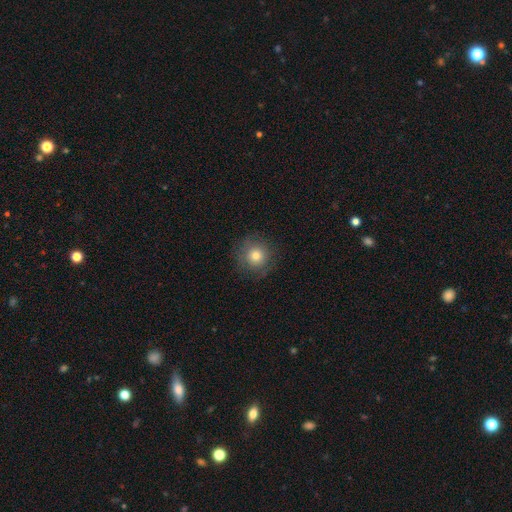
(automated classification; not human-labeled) Smooth or featured? smooth (75%)
How rounded? round (94%)
Merging? none (84%)